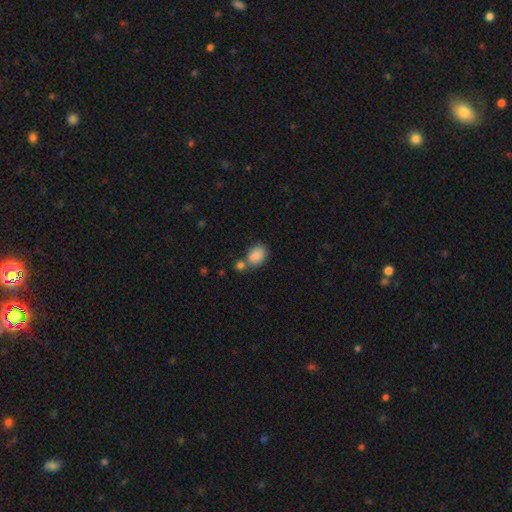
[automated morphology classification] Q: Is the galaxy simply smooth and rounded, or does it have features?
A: smooth — 85%.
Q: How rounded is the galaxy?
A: in between — 78%.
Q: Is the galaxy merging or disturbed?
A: none — 45%.